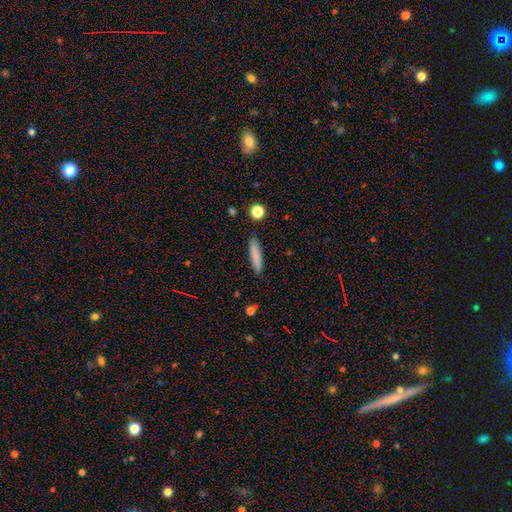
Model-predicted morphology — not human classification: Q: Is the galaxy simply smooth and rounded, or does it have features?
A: smooth — 81%.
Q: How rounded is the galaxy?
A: cigar-shaped — 87%.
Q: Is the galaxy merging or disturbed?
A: none — 88%.